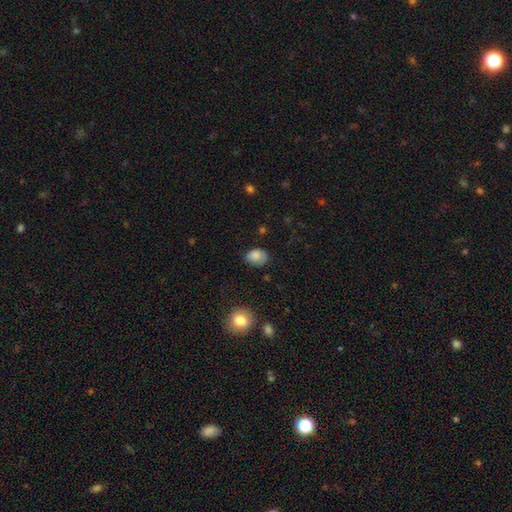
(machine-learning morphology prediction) Smooth or featured? smooth (83%)
How rounded? in between (67%)
Merging? none (67%)